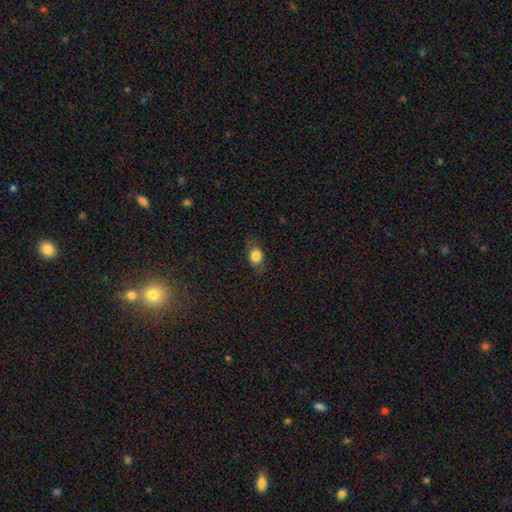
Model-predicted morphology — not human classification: smooth 78%, featured or disk 12%, star or artifact 10%. Down the decision tree: how rounded — in between (65%); merging — none (76%).